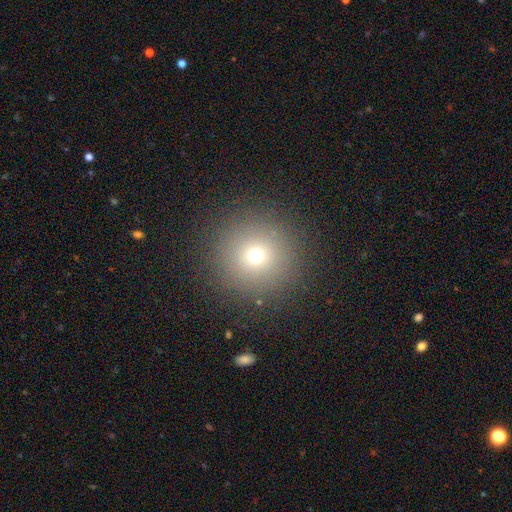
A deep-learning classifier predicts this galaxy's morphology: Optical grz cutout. It shows a smooth galaxy with no disk features (69%) that is round (96%). Merging: none (90%).